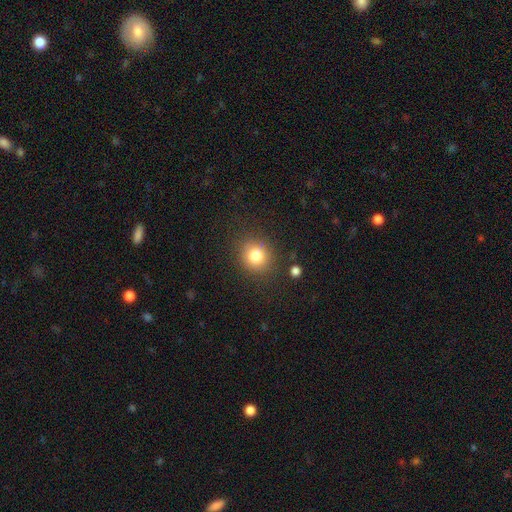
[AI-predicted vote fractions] Morphology: type=smooth (80%); roundness=round (81%); merging=none (83%).